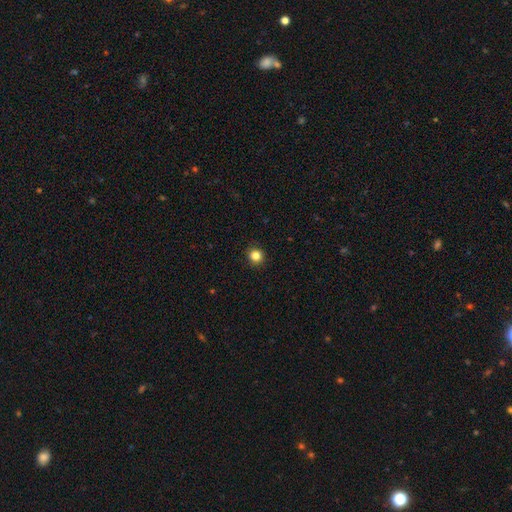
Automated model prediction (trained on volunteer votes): A smooth galaxy with no disk features (84%) that is round (92%). Merging: none (92%).